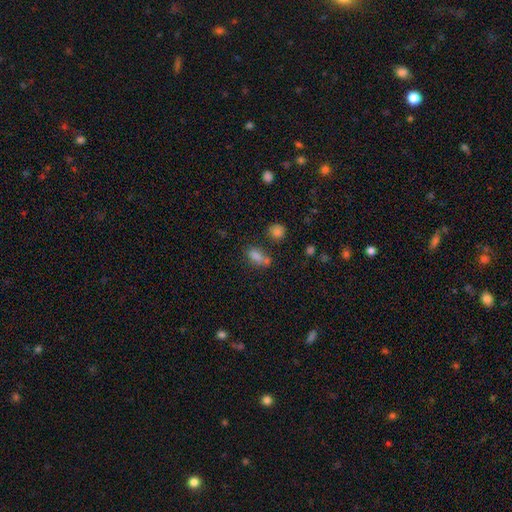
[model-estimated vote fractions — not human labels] smooth_or_featured: smooth (p=0.77) [alt: star or artifact p=0.14]
how_rounded: in between (p=0.80) [alt: round p=0.14]
merging: none (p=0.47) [alt: merger p=0.28]